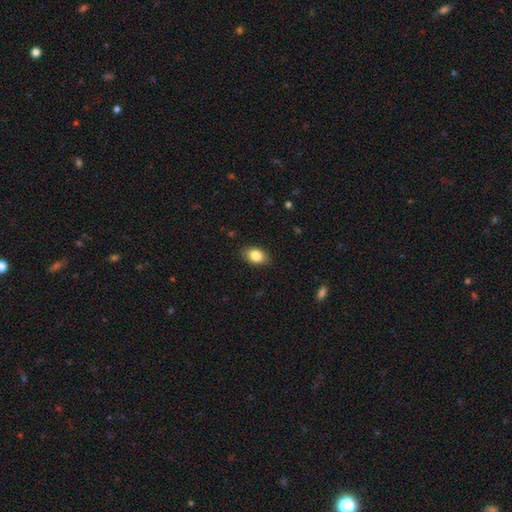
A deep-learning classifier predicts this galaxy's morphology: This appears to be a smooth galaxy with no disk features (84%) that is in between round and cigar-shaped (84%). Merging: none (86%).